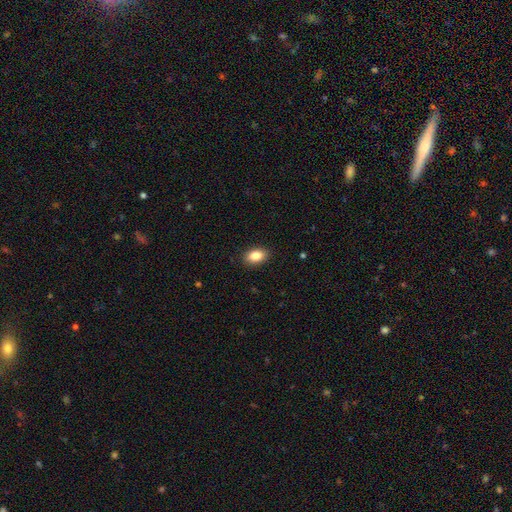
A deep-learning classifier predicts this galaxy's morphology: Smooth or featured? smooth (87%)
How rounded? in between (89%)
Merging? none (89%)